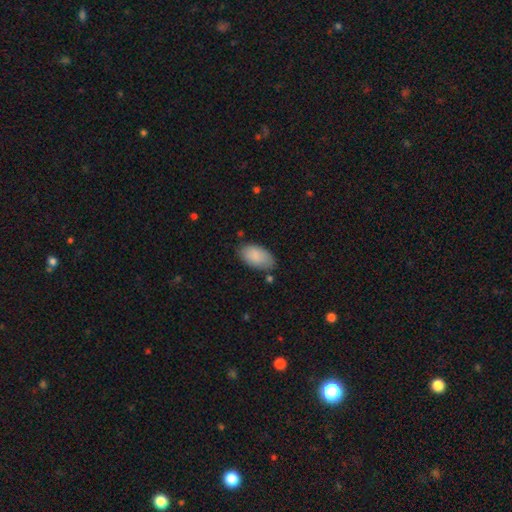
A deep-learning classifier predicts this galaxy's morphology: Overall: smooth (88%). How rounded: in between (95%). Merging: none (73%).